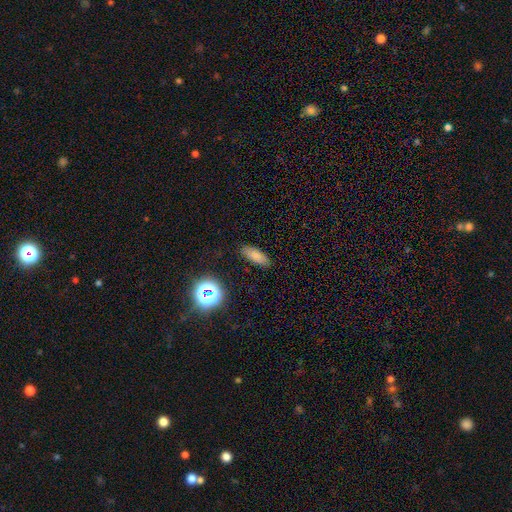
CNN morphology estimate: Q: Smooth or featured?
A: smooth (79%); runner-up: star or artifact (13%)
Q: How rounded?
A: in between (70%); runner-up: cigar-shaped (26%)
Q: Merging?
A: none (86%); runner-up: minor disturbance (10%)